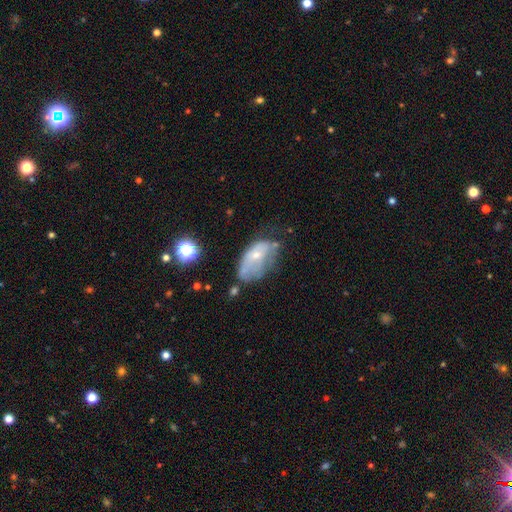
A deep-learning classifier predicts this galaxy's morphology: smooth 45%, featured or disk 44%, star or artifact 11%. Down the decision tree: merging — minor disturbance (33%).